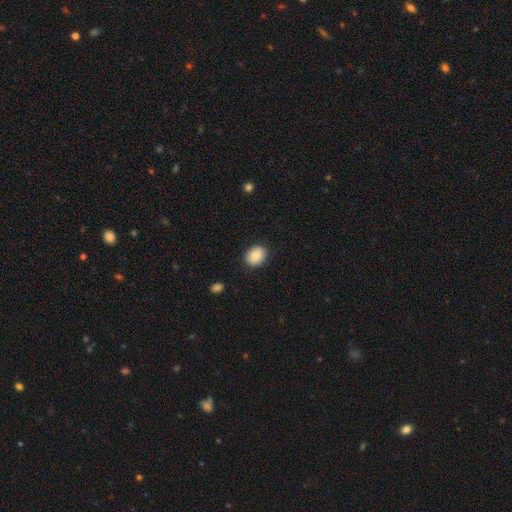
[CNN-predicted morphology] smooth_or_featured: smooth (p=0.84) [alt: featured or disk p=0.08]
how_rounded: round (p=0.53) [alt: in between p=0.47]
merging: none (p=0.87) [alt: minor disturbance p=0.09]